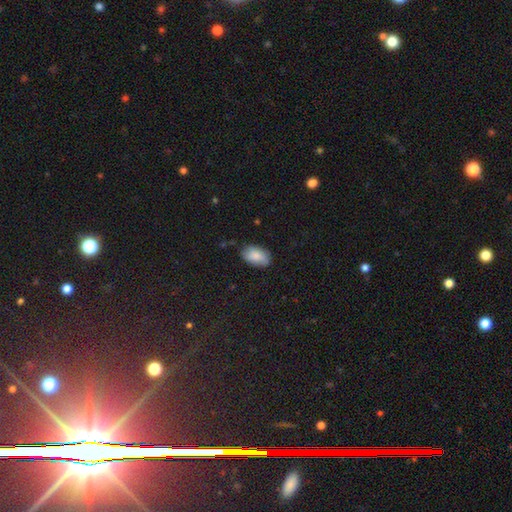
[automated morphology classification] Smooth or featured? smooth (83%)
How rounded? in between (93%)
Merging? none (75%)